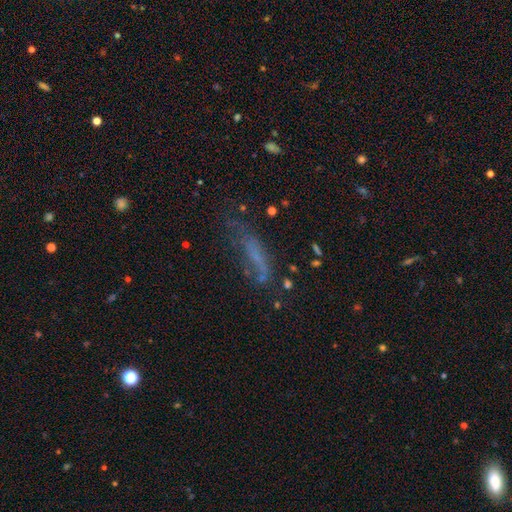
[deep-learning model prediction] Q: Smooth or featured?
A: smooth (46%); runner-up: featured or disk (32%)
Q: Merging?
A: none (46%); runner-up: minor disturbance (25%)